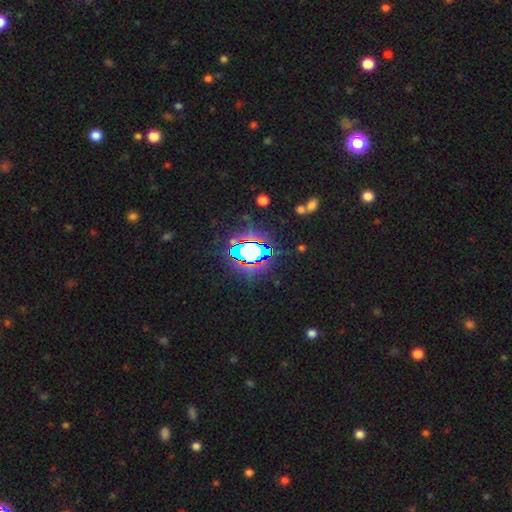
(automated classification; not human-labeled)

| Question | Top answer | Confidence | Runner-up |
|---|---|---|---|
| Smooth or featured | star or artifact | 70% | smooth (18%) |